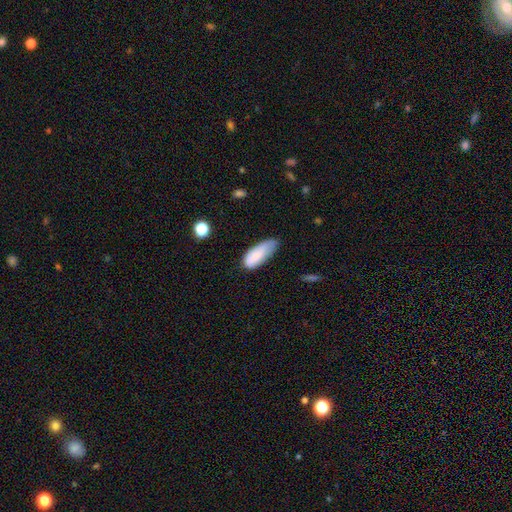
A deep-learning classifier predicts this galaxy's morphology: Smooth or featured? Predicted: smooth (p=0.82). How rounded? Predicted: in between (p=0.80). Merging? Predicted: none (p=0.46).